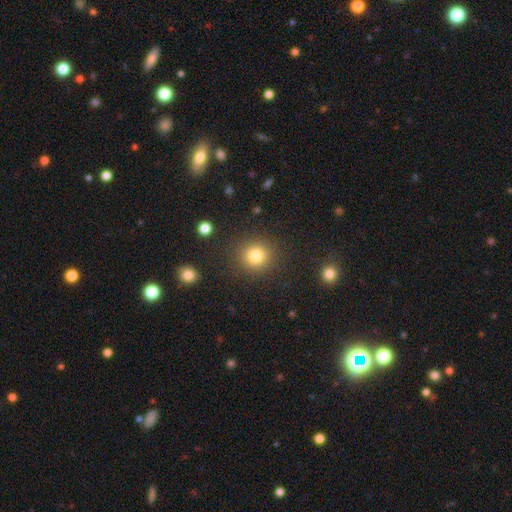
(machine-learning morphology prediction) A smooth galaxy with no disk features (82%) that is round (89%). Merging: none (87%).